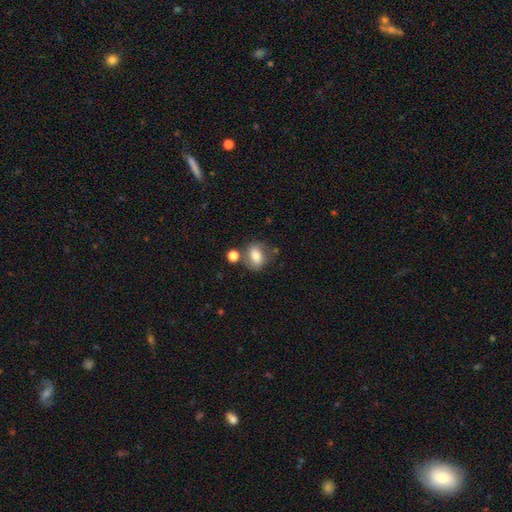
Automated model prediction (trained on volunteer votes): This is likely a smooth galaxy (74%). How rounded: likely in between (64%). Merging: likely none (60%).